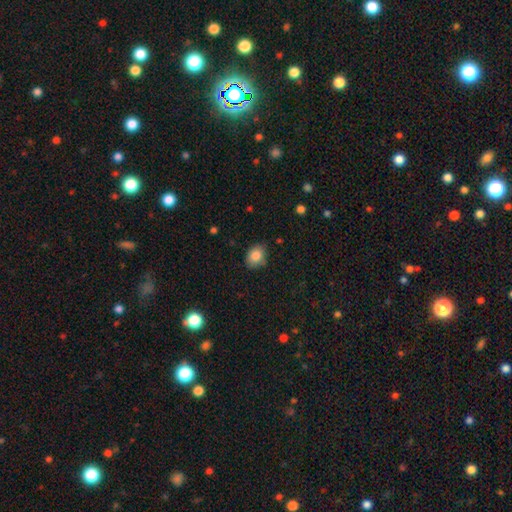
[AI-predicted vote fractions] A smooth galaxy with no disk features (84%) that is in between round and cigar-shaped (58%).

Vote fractions:
- Smooth or featured? smooth: 84% / star or artifact: 9% / featured or disk: 7%
- How rounded? in between: 58% / round: 41% / cigar-shaped: 1%
- Merging? none: 76% / minor disturbance: 19% / major disturbance: 3% / merger: 2%